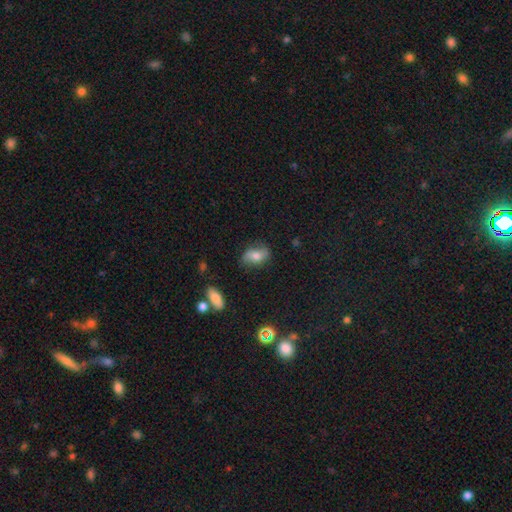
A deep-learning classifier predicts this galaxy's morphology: Q: Smooth or featured?
A: smooth (65%); runner-up: featured or disk (25%)
Q: How rounded?
A: in between (86%); runner-up: round (10%)
Q: Merging?
A: none (71%); runner-up: minor disturbance (21%)